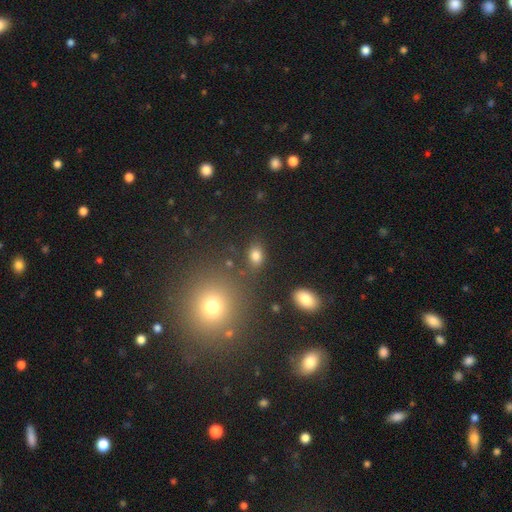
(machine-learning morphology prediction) A smooth galaxy with no disk features (81%) that is in between round and cigar-shaped (76%).

Vote fractions:
- Smooth or featured? smooth: 81% / star or artifact: 12% / featured or disk: 7%
- How rounded? in between: 76% / round: 22% / cigar-shaped: 2%
- Merging? none: 76% / minor disturbance: 14% / merger: 5% / major disturbance: 5%